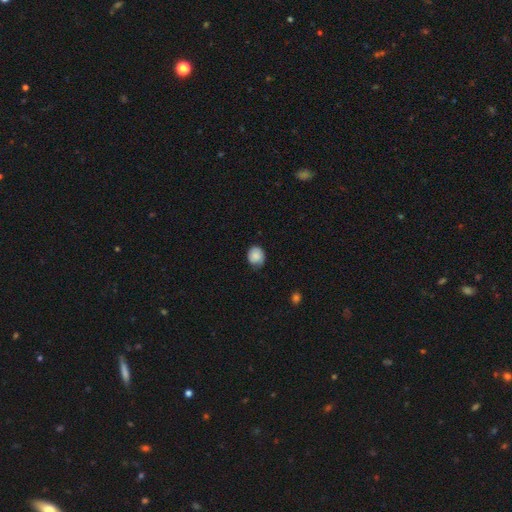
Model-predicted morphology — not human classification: smooth 81%, featured or disk 10%, star or artifact 8%. Down the decision tree: how rounded — round (68%); merging — none (65%).